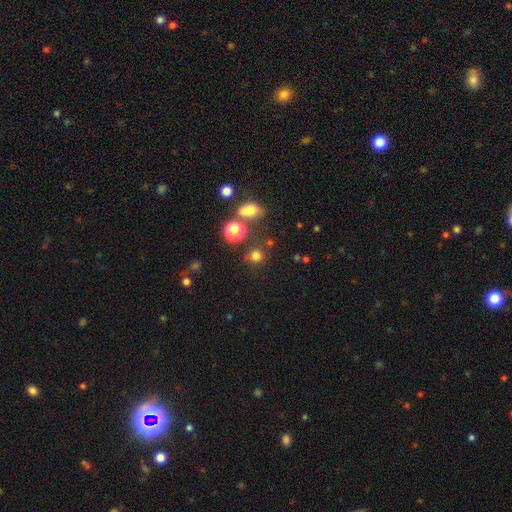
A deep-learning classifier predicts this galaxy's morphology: smooth-or-featured: smooth: 75% | star or artifact: 19% | featured or disk: 6%
  how-rounded: round: 87% | in between: 12% | cigar-shaped: 1%
  merging: none: 78% | minor disturbance: 10% | merger: 8% | major disturbance: 4%